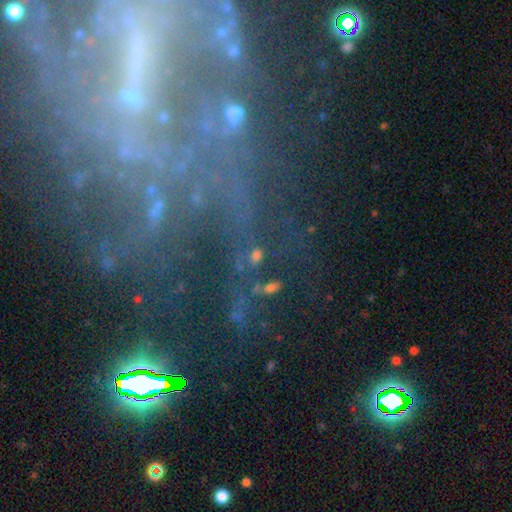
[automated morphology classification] smooth-or-featured: featured or disk: 43% | star or artifact: 42% | smooth: 15%
  merging: none: 59% | major disturbance: 18% | minor disturbance: 16% | merger: 8%